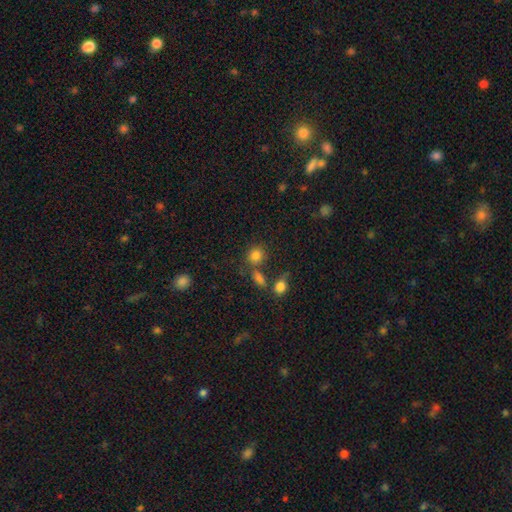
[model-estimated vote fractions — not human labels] Smooth or featured: smooth — 81% (star or artifact — 12%)
How rounded: round — 79% (in between — 19%)
Merging: none — 66% (merger — 17%)